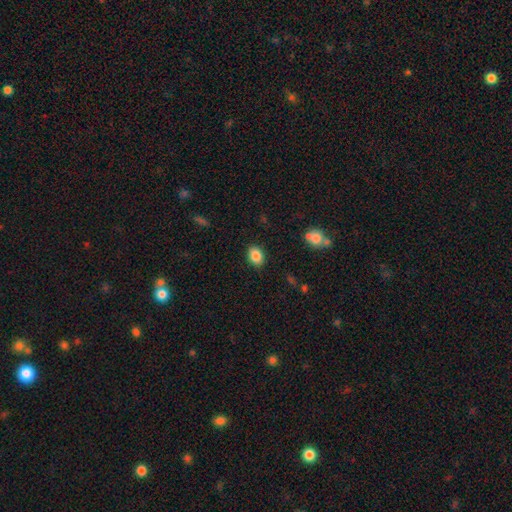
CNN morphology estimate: Smooth or featured: smooth — 86% (star or artifact — 8%)
How rounded: in between — 71% (round — 28%)
Merging: none — 88% (minor disturbance — 8%)